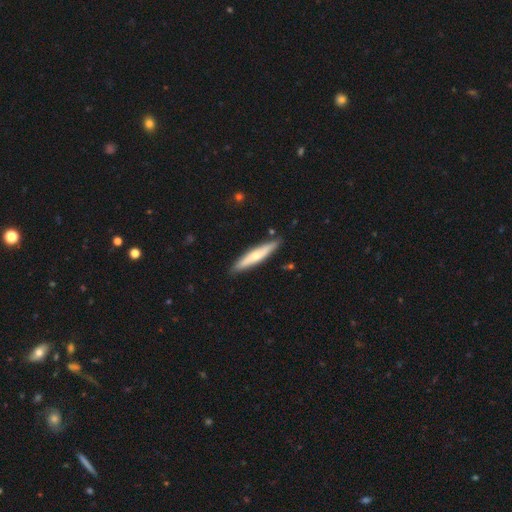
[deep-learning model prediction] Smooth or featured: smooth — 55% (featured or disk — 40%)
How rounded: cigar-shaped — 88% (in between — 11%)
Merging: none — 87% (minor disturbance — 10%)